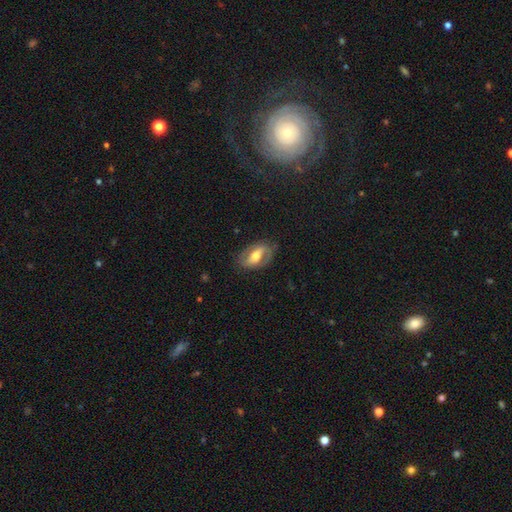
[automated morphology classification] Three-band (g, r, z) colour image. It shows a featured or disk galaxy (66%) with a strong bar (39%), spiral arms (78%) and a moderate central bulge (67%). Merging: none (73%).